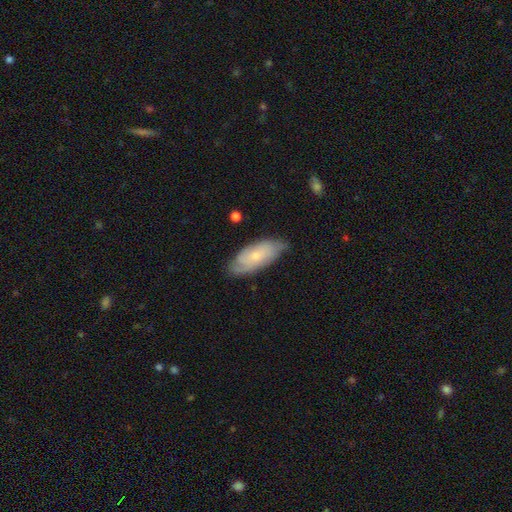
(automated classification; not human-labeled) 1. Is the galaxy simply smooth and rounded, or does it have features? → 50% featured or disk, 44% smooth, 7% star or artifact.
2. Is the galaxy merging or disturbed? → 72% none, 23% minor disturbance, 4% major disturbance, 1% merger.